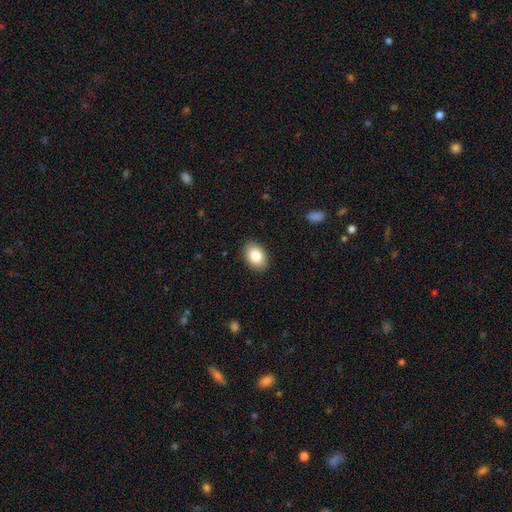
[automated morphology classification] This is clearly a smooth galaxy (85%). How rounded: clearly in between (84%). Merging: clearly none (89%).